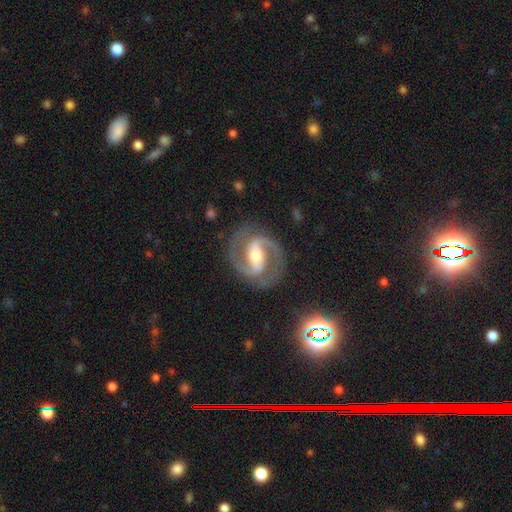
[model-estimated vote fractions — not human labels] Q: Smooth or featured?
A: featured or disk (91%); runner-up: star or artifact (4%)
Q: Edge-on disk?
A: no (98%); runner-up: yes (2%)
Q: Bar?
A: strong (59%); runner-up: weak (30%)
Q: Spiral arms?
A: yes (97%); runner-up: no (3%)
Q: Spiral winding?
A: medium (60%); runner-up: tight (29%)
Q: Spiral arm count?
A: 2 (94%); runner-up: can't tell (2%)
Q: Bulge size?
A: moderate (65%); runner-up: small (24%)
Q: Merging?
A: none (84%); runner-up: minor disturbance (10%)